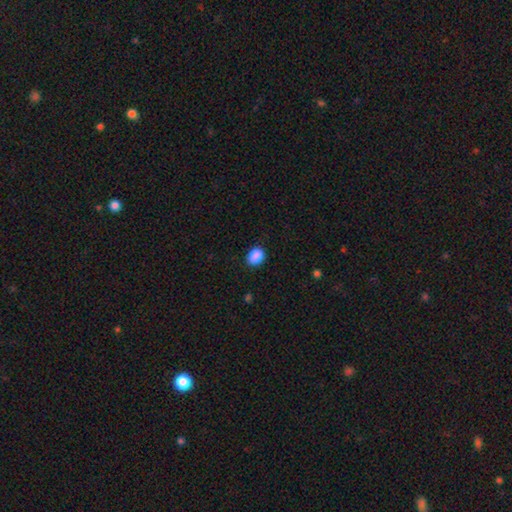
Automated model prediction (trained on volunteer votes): A smooth galaxy with no disk features (89%) that is in between round and cigar-shaped (69%). Merging: none (83%).